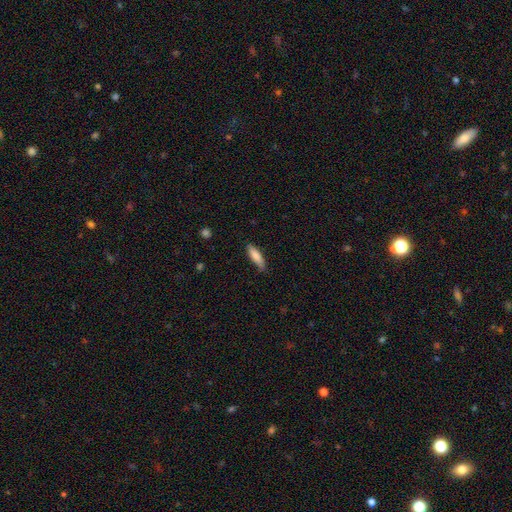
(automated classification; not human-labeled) smooth-or-featured: smooth: 83% | featured or disk: 11% | star or artifact: 6%
  how-rounded: cigar-shaped: 57% | in between: 41% | round: 2%
  merging: none: 73% | minor disturbance: 22% | major disturbance: 4% | merger: 1%